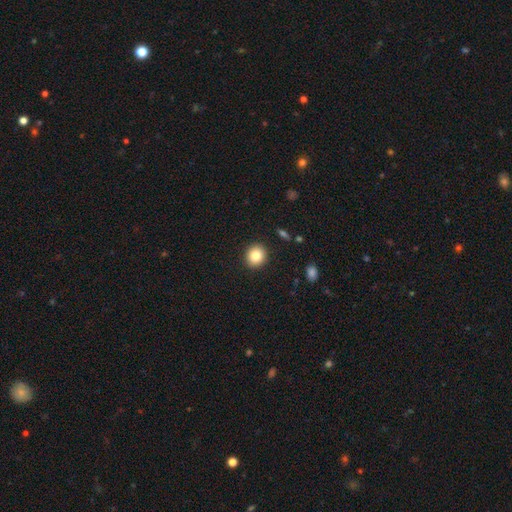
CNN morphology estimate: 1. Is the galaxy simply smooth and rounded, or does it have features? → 82% smooth, 10% star or artifact, 8% featured or disk.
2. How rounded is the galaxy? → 86% round, 13% in between, 1% cigar-shaped.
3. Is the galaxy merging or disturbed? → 92% none, 5% minor disturbance, 2% major disturbance, 1% merger.